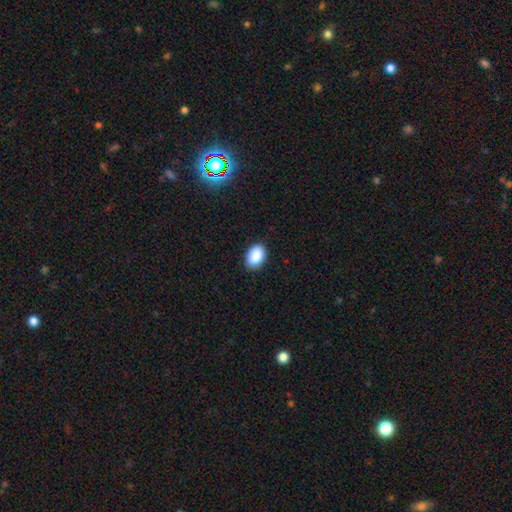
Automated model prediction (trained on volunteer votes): This is clearly a smooth galaxy (90%). How rounded: clearly in between (89%). Merging: clearly none (88%).